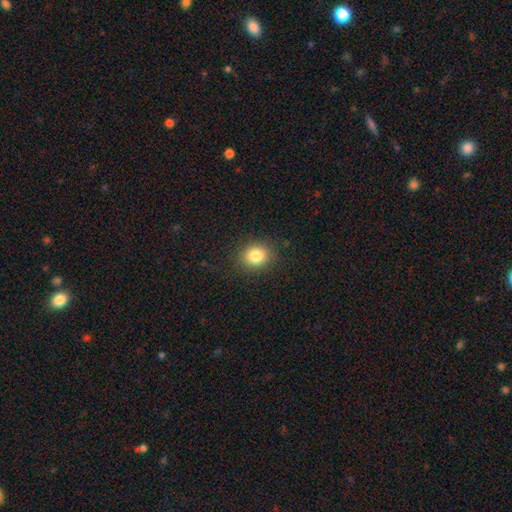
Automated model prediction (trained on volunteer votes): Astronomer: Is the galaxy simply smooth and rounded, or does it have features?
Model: smooth — 82%.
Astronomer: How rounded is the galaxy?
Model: round — 70%.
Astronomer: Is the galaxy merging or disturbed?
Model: none — 88%.